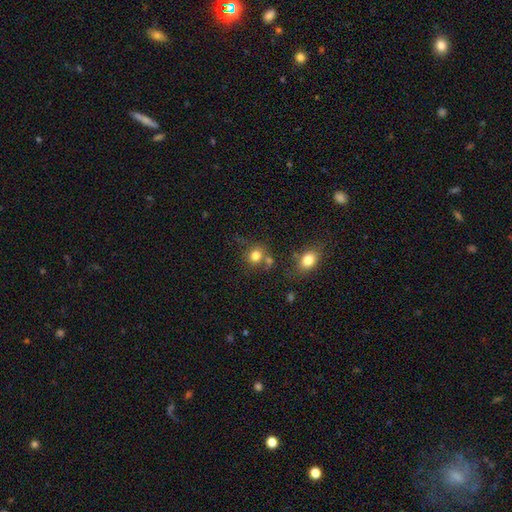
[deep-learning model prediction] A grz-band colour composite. It shows a smooth galaxy with no disk features (79%) that is round (76%). Merging: none (60%).